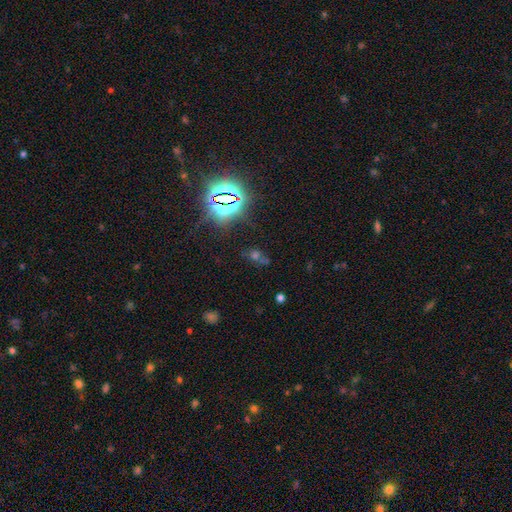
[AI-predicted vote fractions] Smooth or featured? Predicted: star or artifact (p=0.65).